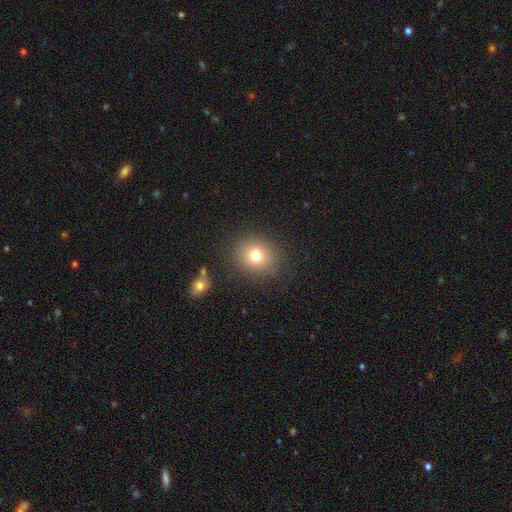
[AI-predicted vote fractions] Smooth or featured? smooth (76%)
How rounded? round (79%)
Merging? none (85%)